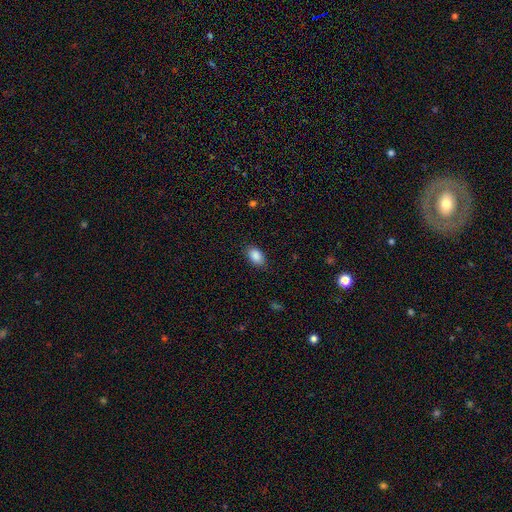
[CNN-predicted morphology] Smooth or featured: smooth — 89% (star or artifact — 8%)
How rounded: in between — 90% (round — 9%)
Merging: none — 84% (minor disturbance — 12%)